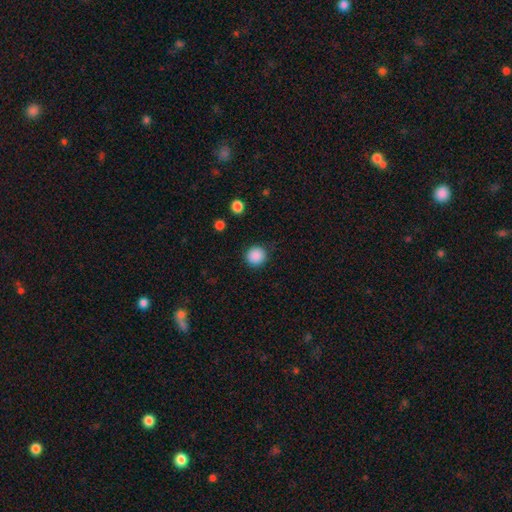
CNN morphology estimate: This is clearly a smooth galaxy (88%). How rounded: clearly round (93%). Merging: clearly none (90%).